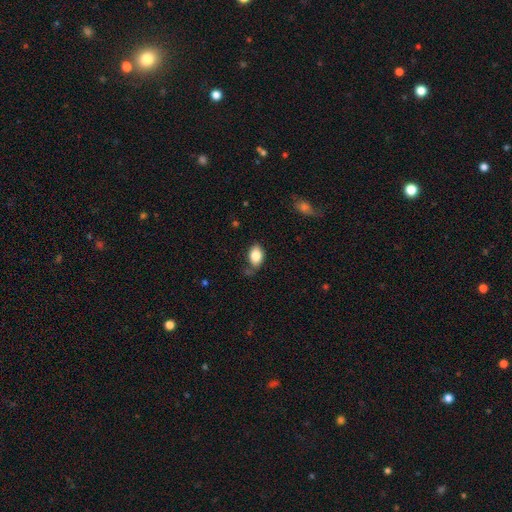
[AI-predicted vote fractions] Smooth or featured: smooth — 82% (featured or disk — 10%)
How rounded: in between — 86% (round — 13%)
Merging: none — 59% (minor disturbance — 27%)